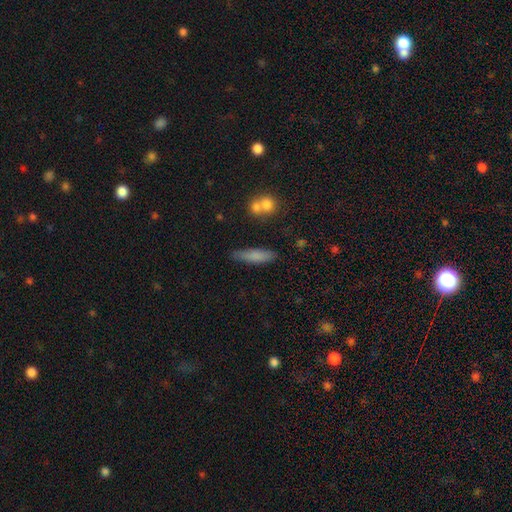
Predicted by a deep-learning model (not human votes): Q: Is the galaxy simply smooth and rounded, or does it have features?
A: smooth — 77%.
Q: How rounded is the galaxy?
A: cigar-shaped — 72%.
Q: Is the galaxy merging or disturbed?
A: none — 78%.